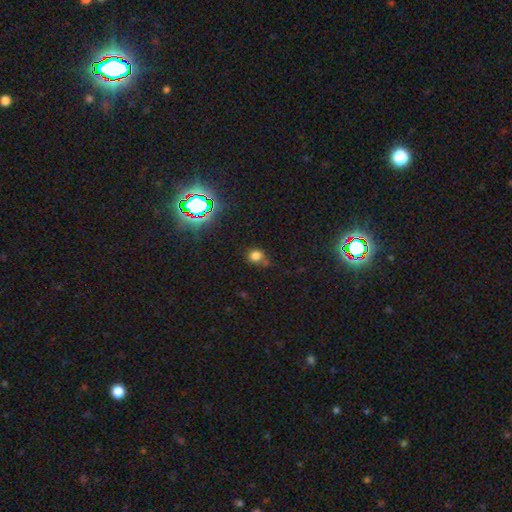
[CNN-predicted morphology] smooth 73%, star or artifact 20%, featured or disk 7%. Down the decision tree: how rounded — round (76%); merging — none (59%).